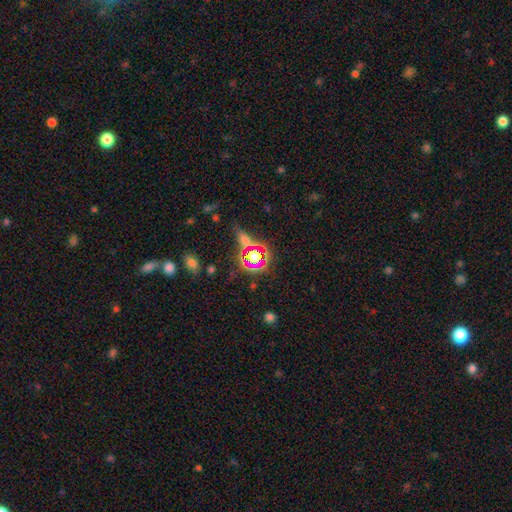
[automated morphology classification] smooth_or_featured: star or artifact (p=0.58) [alt: smooth p=0.30]